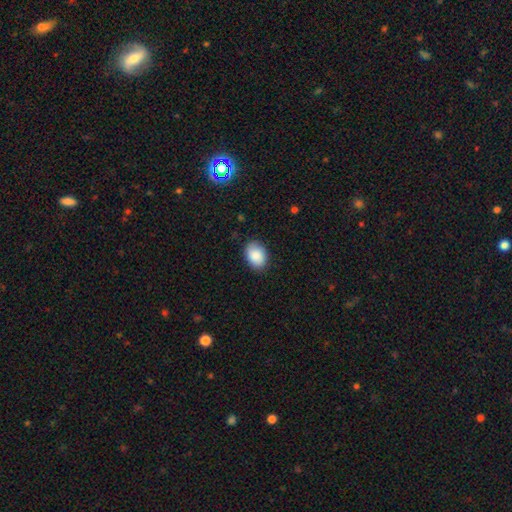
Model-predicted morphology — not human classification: smooth_or_featured: smooth (p=0.88) [alt: star or artifact p=0.07]
how_rounded: in between (p=0.78) [alt: round p=0.21]
merging: none (p=0.84) [alt: minor disturbance p=0.13]